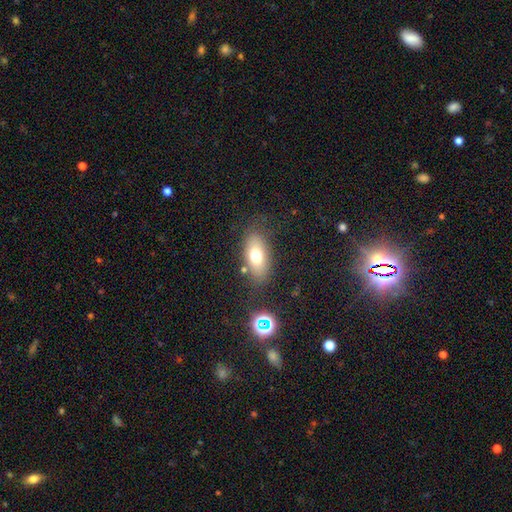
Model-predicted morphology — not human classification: A smooth galaxy with no disk features (69%) that is in between round and cigar-shaped (84%).

Vote fractions:
- Smooth or featured? smooth: 69% / featured or disk: 21% / star or artifact: 11%
- How rounded? in between: 84% / cigar-shaped: 9% / round: 7%
- Merging? none: 76% / minor disturbance: 14% / major disturbance: 5% / merger: 4%